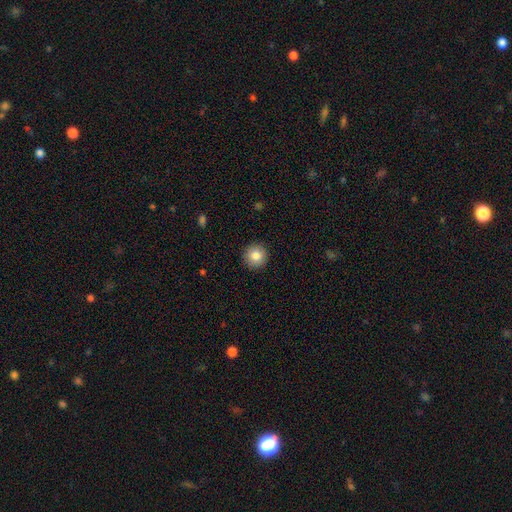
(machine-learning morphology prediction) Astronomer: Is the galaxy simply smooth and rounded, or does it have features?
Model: smooth — 84%.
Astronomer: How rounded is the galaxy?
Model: round — 95%.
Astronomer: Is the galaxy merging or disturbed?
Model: none — 92%.